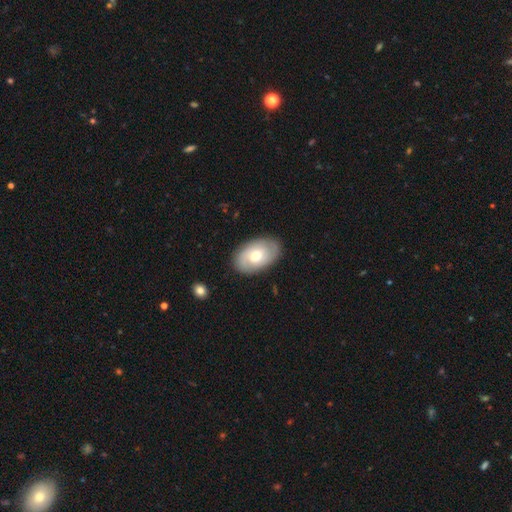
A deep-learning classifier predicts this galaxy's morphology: smooth-or-featured: smooth: 51% | featured or disk: 43% | star or artifact: 6%
  how-rounded: in between: 92% | round: 7% | cigar-shaped: 1%
  merging: none: 84% | minor disturbance: 12% | major disturbance: 3% | merger: 1%